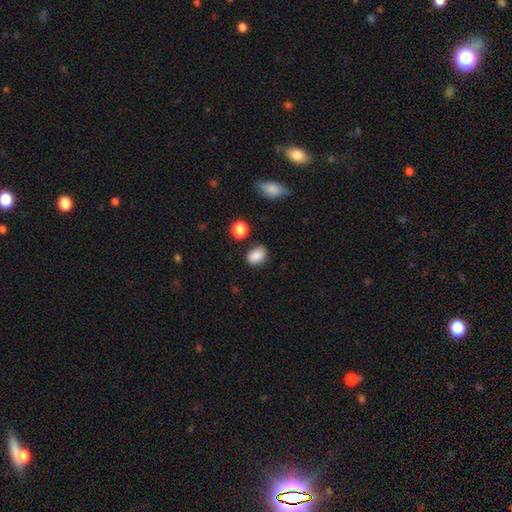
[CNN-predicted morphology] This appears to be a smooth galaxy with no disk features (87%) that is in between round and cigar-shaped (74%). Merging: none (80%).